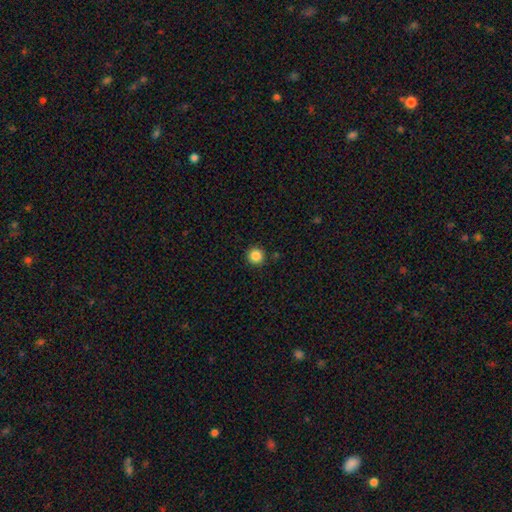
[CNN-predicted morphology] type=smooth (86%); roundness=round (96%); merging=none (92%).